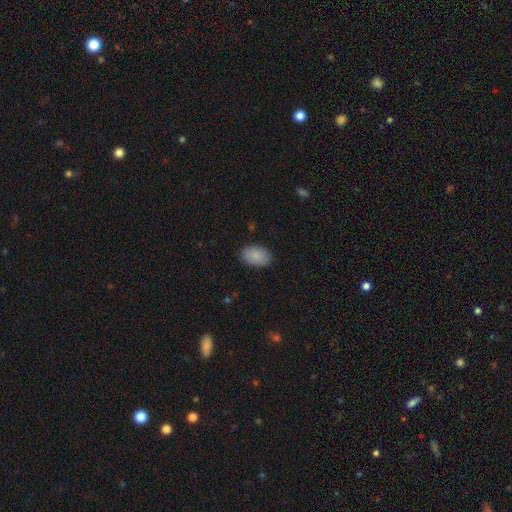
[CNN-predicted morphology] Smooth or featured?
  - smooth: 88% *
  - star or artifact: 7%
  - featured or disk: 5%
How rounded?
  - in between: 91% *
  - round: 8%
  - cigar-shaped: 1%
Merging?
  - none: 88% *
  - minor disturbance: 9%
  - major disturbance: 2%
  - merger: 1%